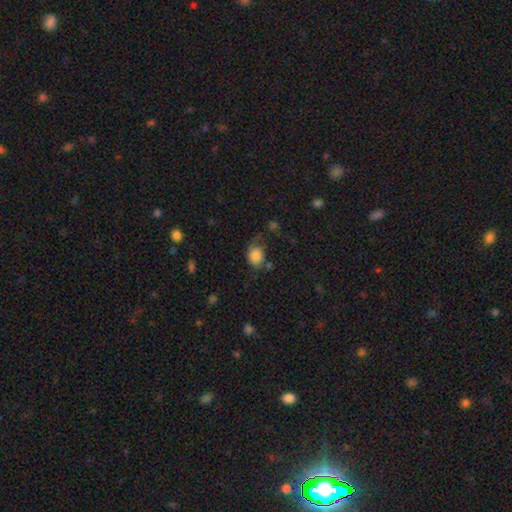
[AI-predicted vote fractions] This appears to be a smooth galaxy with no disk features (79%) that is round (55%). Merging: none (48%).